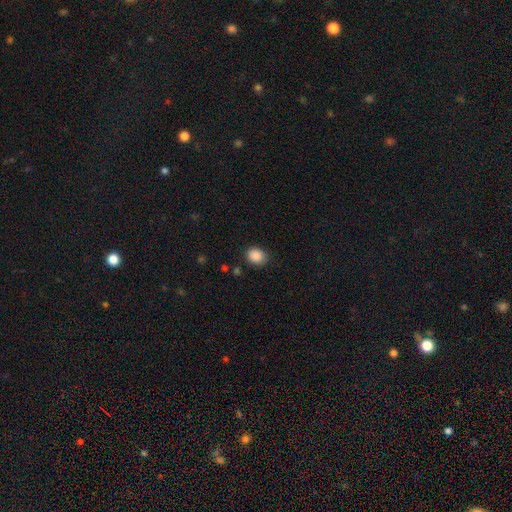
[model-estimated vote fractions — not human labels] This appears to be a smooth galaxy with no disk features (88%) that is round (52%). Merging: none (83%).